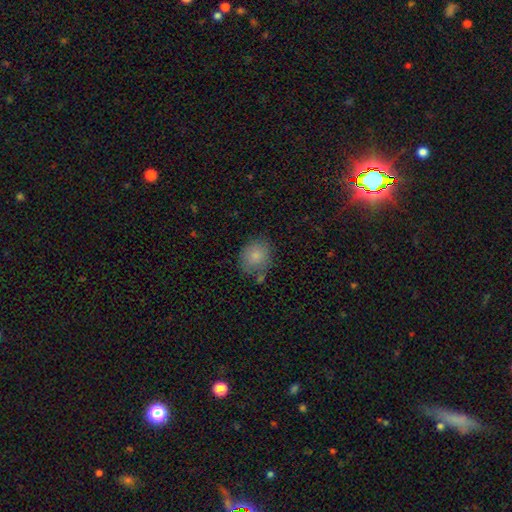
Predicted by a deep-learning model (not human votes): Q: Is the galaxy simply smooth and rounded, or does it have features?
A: smooth — 83%.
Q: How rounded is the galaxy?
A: round — 69%.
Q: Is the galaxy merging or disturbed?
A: none — 68%.